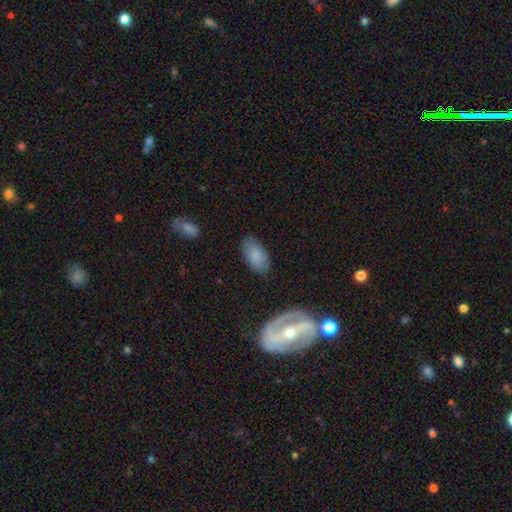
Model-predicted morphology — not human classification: The model was most divided on "merging": none: 78%, minor disturbance: 16%, major disturbance: 4%, merger: 2%. More confident: how rounded — in between (94%); smooth or featured — smooth (81%).